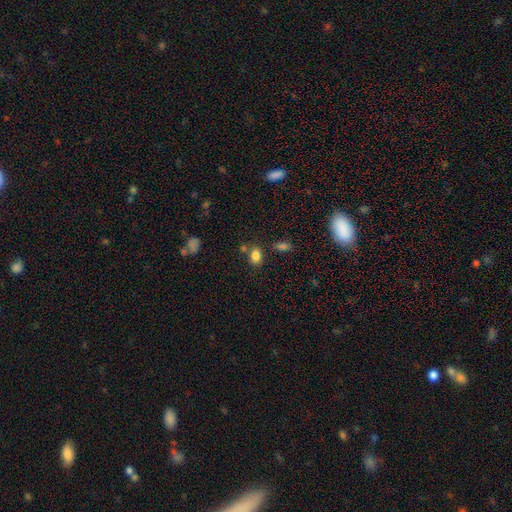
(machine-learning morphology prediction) A smooth galaxy with no disk features (82%) that is in between round and cigar-shaped (71%).

Vote fractions:
- Smooth or featured? smooth: 82% / star or artifact: 12% / featured or disk: 6%
- How rounded? in between: 71% / round: 27% / cigar-shaped: 2%
- Merging? none: 68% / minor disturbance: 14% / merger: 14% / major disturbance: 4%